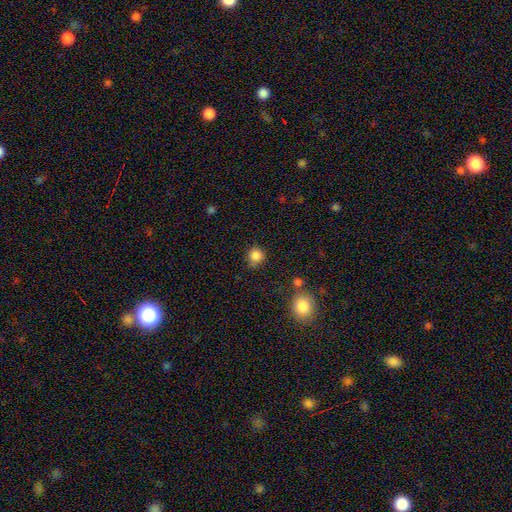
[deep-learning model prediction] Smooth or featured? Predicted: smooth (p=0.85). How rounded? Predicted: round (p=0.85). Merging? Predicted: none (p=0.75).